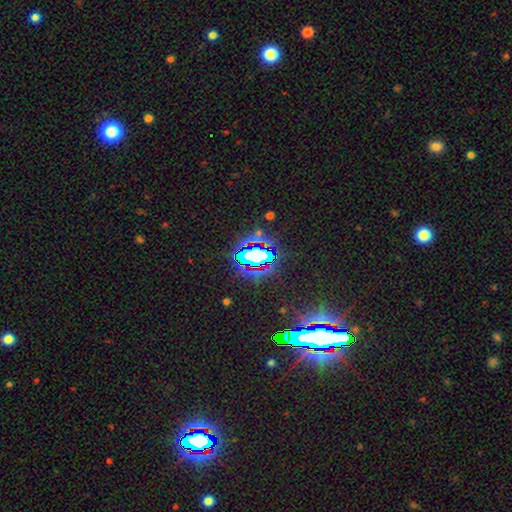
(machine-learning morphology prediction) This appears to be a star or artifact, not a galaxy (67%).